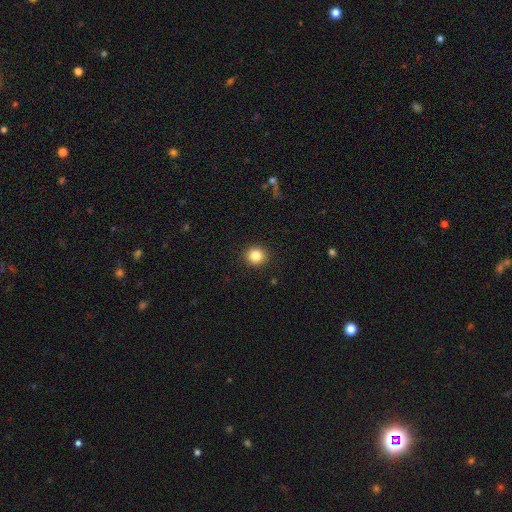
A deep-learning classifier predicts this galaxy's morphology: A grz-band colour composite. It shows a smooth galaxy with no disk features (85%) that is round (92%). Merging: none (92%).